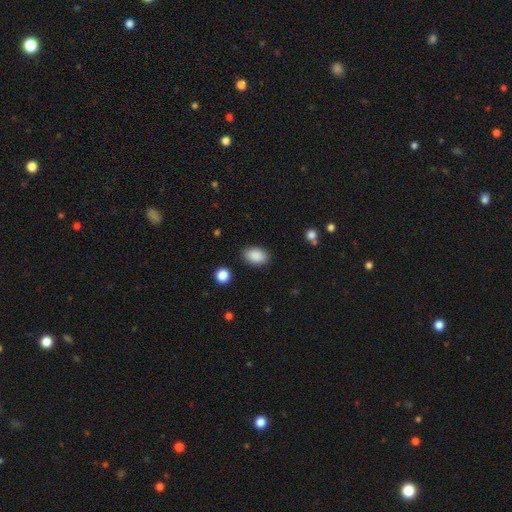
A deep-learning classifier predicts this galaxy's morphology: Smooth or featured? Predicted: smooth (p=0.89). How rounded? Predicted: in between (p=0.87). Merging? Predicted: none (p=0.87).